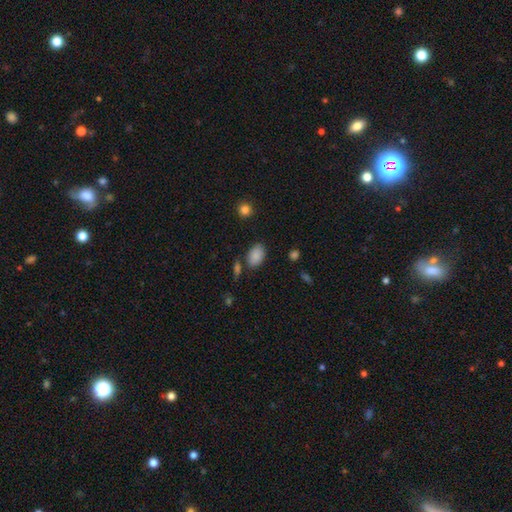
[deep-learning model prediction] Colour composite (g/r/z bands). It shows a smooth galaxy with no disk features (87%) that is in between round and cigar-shaped (89%). Merging: none (75%).